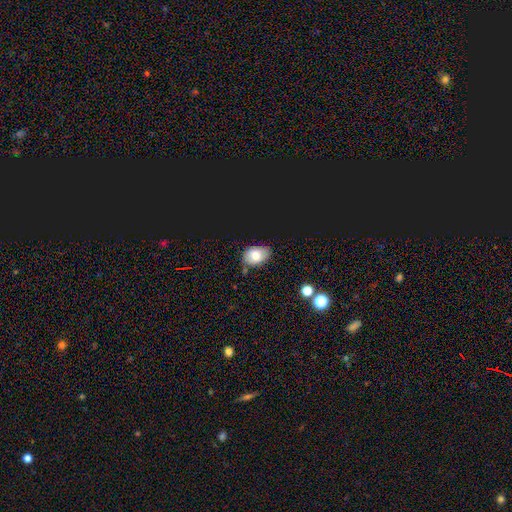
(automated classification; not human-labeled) Q: Smooth or featured?
A: smooth (71%); runner-up: featured or disk (15%)
Q: How rounded?
A: in between (81%); runner-up: round (18%)
Q: Merging?
A: none (71%); runner-up: minor disturbance (21%)